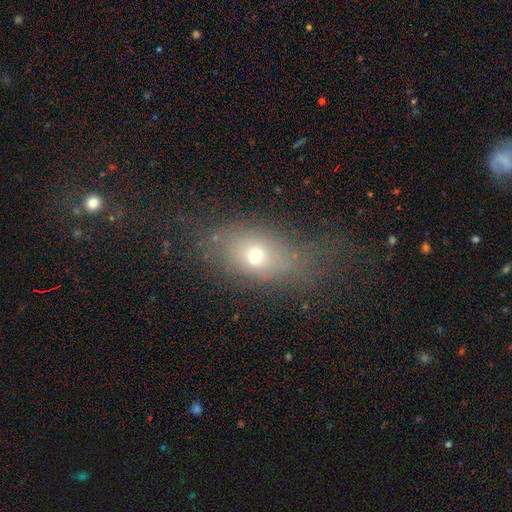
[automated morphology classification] Smooth or featured?
  - smooth: 61% *
  - featured or disk: 21%
  - star or artifact: 18%
How rounded?
  - in between: 71% *
  - round: 23%
  - cigar-shaped: 6%
Merging?
  - none: 45% *
  - major disturbance: 23%
  - minor disturbance: 22%
  - merger: 10%